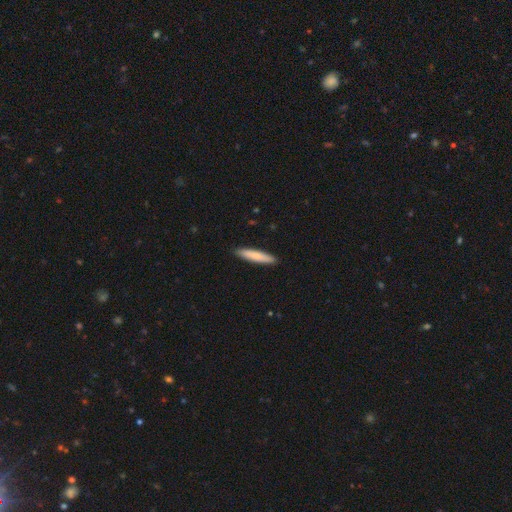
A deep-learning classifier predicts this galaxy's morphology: smooth 77%, featured or disk 18%, star or artifact 5%. Down the decision tree: how rounded — cigar-shaped (89%); merging — none (91%).